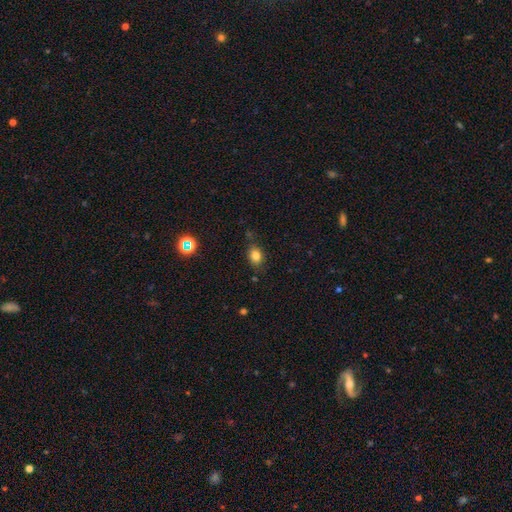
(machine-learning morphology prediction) Q: Smooth or featured?
A: smooth (79%); runner-up: star or artifact (14%)
Q: How rounded?
A: in between (60%); runner-up: round (39%)
Q: Merging?
A: none (79%); runner-up: minor disturbance (15%)